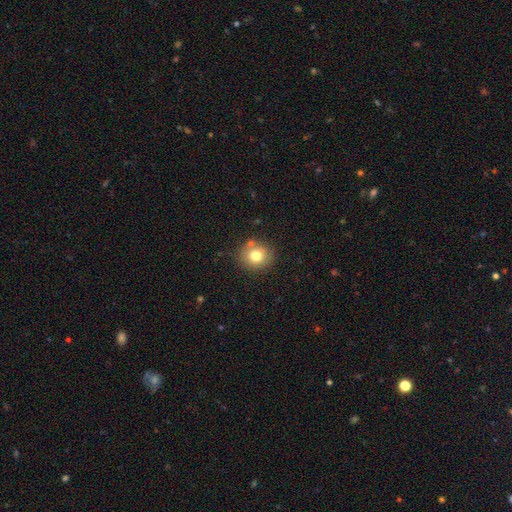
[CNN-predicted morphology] Smooth or featured? Predicted: smooth (p=0.76). How rounded? Predicted: round (p=0.83). Merging? Predicted: none (p=0.79).